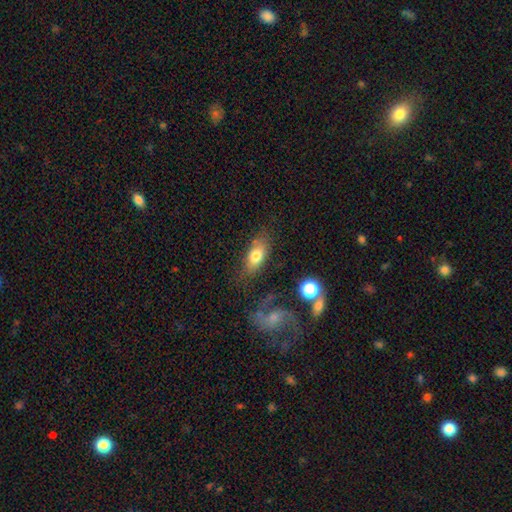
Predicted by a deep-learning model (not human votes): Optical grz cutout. It shows a smooth galaxy with no disk features (72%) that is in between round and cigar-shaped (84%). Merging: none (69%).